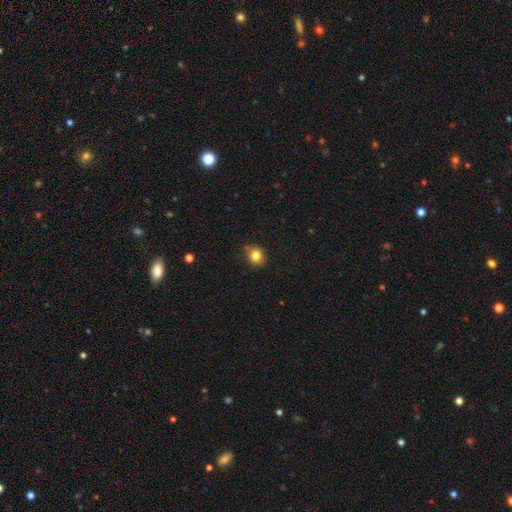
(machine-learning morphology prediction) Smooth or featured?
  - smooth: 82% *
  - star or artifact: 11%
  - featured or disk: 6%
How rounded?
  - round: 77% *
  - in between: 22%
  - cigar-shaped: 1%
Merging?
  - none: 83% *
  - minor disturbance: 13%
  - merger: 2%
  - major disturbance: 2%